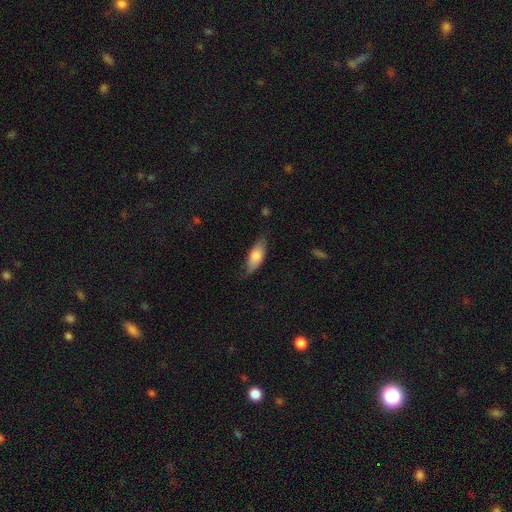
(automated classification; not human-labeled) smooth_or_featured: smooth (p=0.74) [alt: featured or disk p=0.21]
how_rounded: in between (p=0.79) [alt: cigar-shaped p=0.19]
merging: none (p=0.68) [alt: minor disturbance p=0.26]